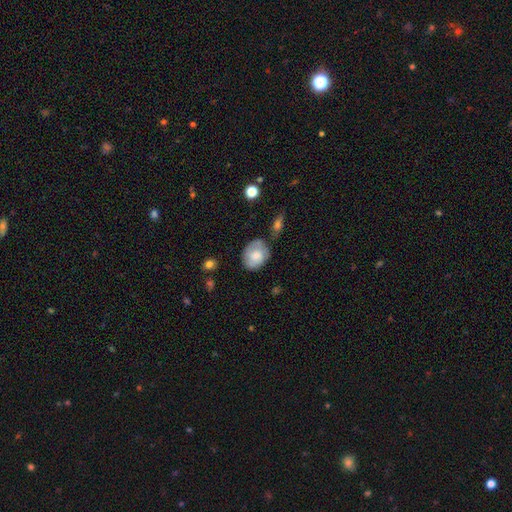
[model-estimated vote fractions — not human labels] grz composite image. It shows a smooth galaxy with no disk features (67%) that is round (50%). Merging: none (64%).